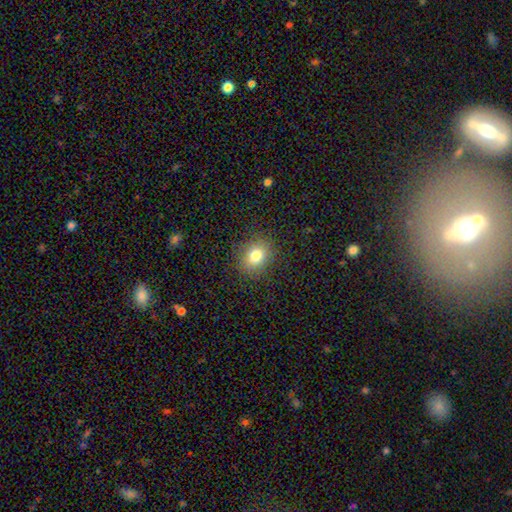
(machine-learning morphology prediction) smooth-or-featured: smooth: 79% | star or artifact: 12% | featured or disk: 9%
  how-rounded: round: 57% | in between: 42% | cigar-shaped: 1%
  merging: none: 86% | minor disturbance: 10% | major disturbance: 4% | merger: 1%